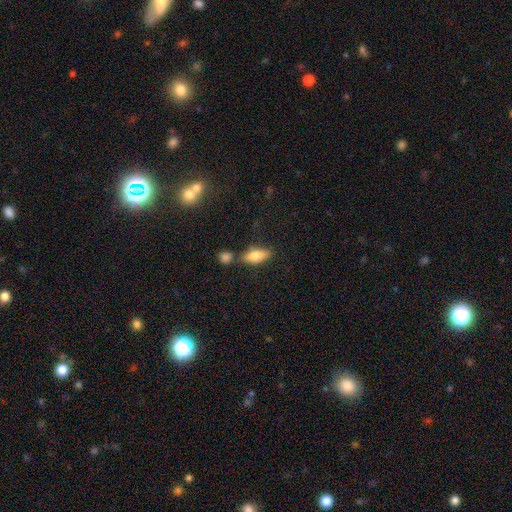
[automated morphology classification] smooth_or_featured: smooth (p=0.70) [alt: featured or disk p=0.22]
how_rounded: in between (p=0.72) [alt: cigar-shaped p=0.24]
merging: none (p=0.69) [alt: minor disturbance p=0.14]